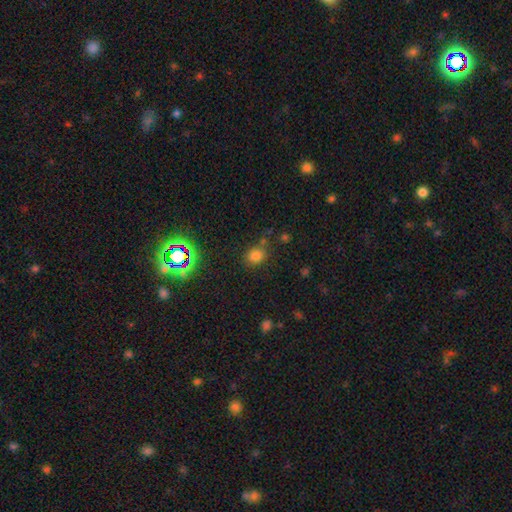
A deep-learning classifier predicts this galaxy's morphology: smooth 74%, star or artifact 20%, featured or disk 7%. Down the decision tree: how rounded — round (60%); merging — none (73%).